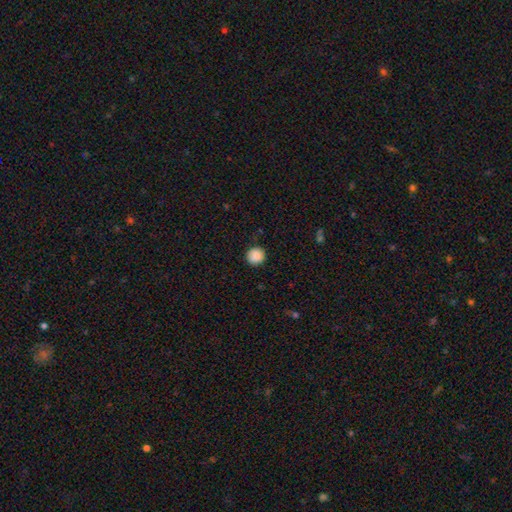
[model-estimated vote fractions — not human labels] smooth_or_featured: smooth (p=0.89) [alt: star or artifact p=0.09]
how_rounded: round (p=0.94) [alt: in between p=0.05]
merging: none (p=0.89) [alt: minor disturbance p=0.08]